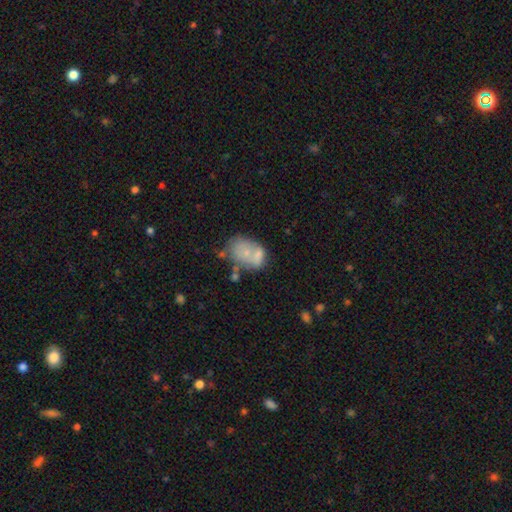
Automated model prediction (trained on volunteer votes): Overall: smooth (46%; featured or disk 32%). Merging: none (47%; merger 22%).